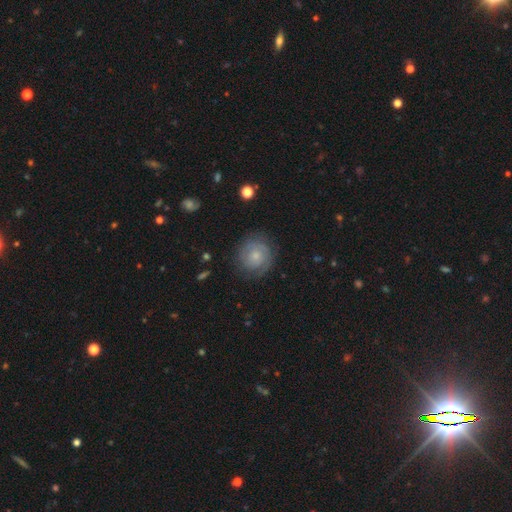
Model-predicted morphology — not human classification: Q: Smooth or featured?
A: featured or disk (57%); runner-up: smooth (35%)
Q: Edge-on disk?
A: no (98%); runner-up: yes (2%)
Q: Bar?
A: no (79%); runner-up: weak (18%)
Q: Spiral arms?
A: yes (84%); runner-up: no (16%)
Q: Bulge size?
A: small (59%); runner-up: moderate (29%)
Q: Merging?
A: none (77%); runner-up: minor disturbance (15%)